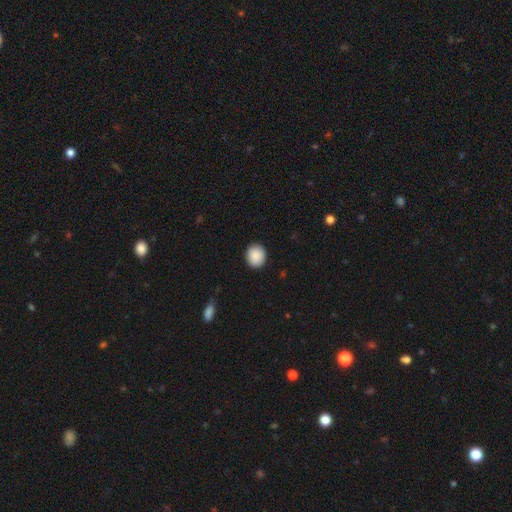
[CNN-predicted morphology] This is clearly a smooth galaxy (89%). How rounded: clearly round (81%). Merging: clearly none (90%).